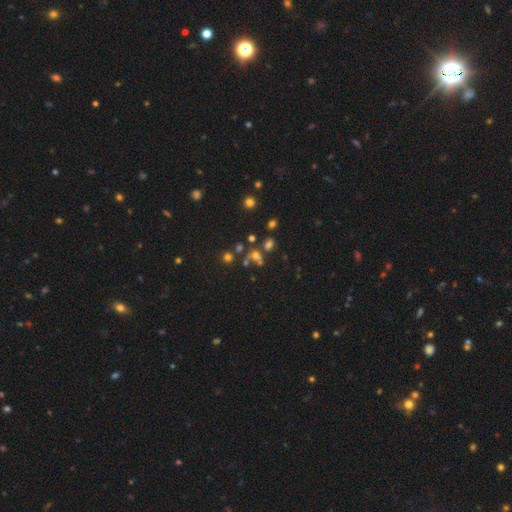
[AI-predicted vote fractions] This is possibly a smooth galaxy (48%). Merging: marginally none (41%).